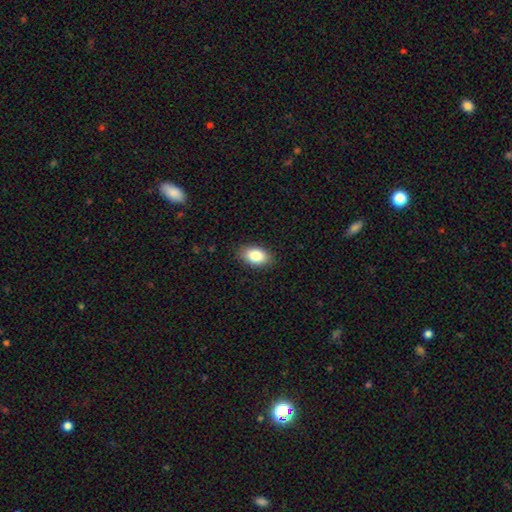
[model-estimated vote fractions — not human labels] This appears to be a smooth galaxy with no disk features (85%) that is in between round and cigar-shaped (92%). Merging: none (87%).